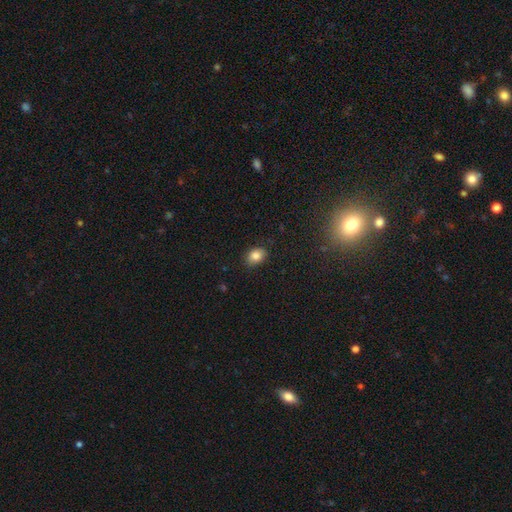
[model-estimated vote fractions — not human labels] smooth_or_featured: smooth (p=0.83) [alt: star or artifact p=0.09]
how_rounded: in between (p=0.76) [alt: round p=0.22]
merging: none (p=0.84) [alt: minor disturbance p=0.12]